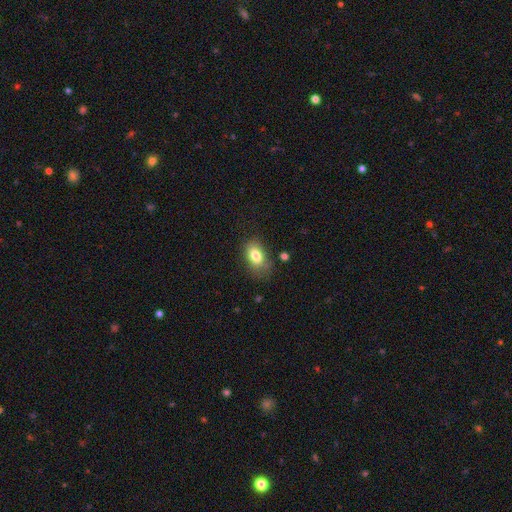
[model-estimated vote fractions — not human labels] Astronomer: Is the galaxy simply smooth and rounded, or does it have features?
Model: smooth — 80%.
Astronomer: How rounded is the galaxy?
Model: in between — 86%.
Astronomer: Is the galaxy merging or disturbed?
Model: none — 68%.